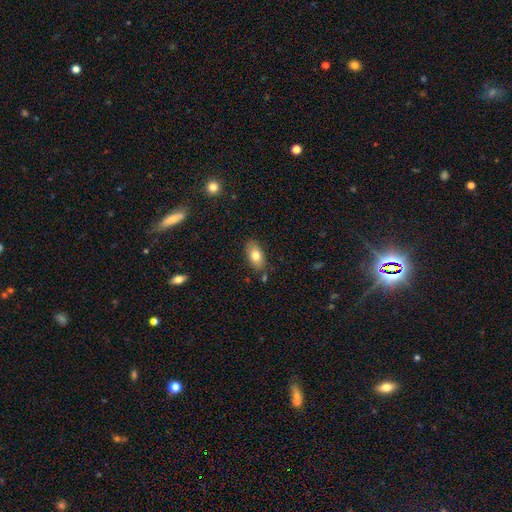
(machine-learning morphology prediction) A smooth galaxy with no disk features (77%) that is in between round and cigar-shaped (91%).

Vote fractions:
- Smooth or featured? smooth: 77% / featured or disk: 15% / star or artifact: 7%
- How rounded? in between: 91% / round: 5% / cigar-shaped: 4%
- Merging? none: 81% / minor disturbance: 13% / merger: 3% / major disturbance: 3%